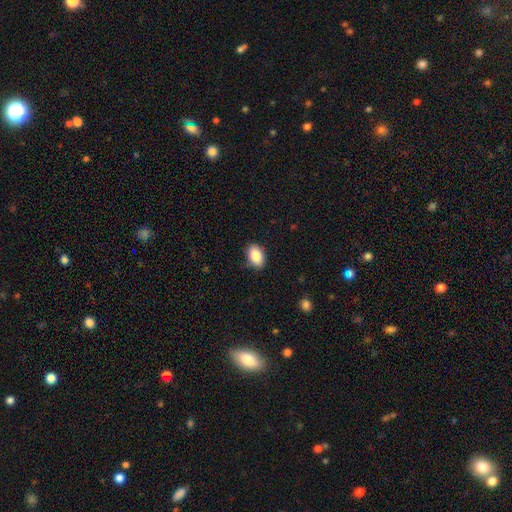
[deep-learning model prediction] Smooth or featured: smooth — 86% (star or artifact — 7%)
How rounded: in between — 89% (round — 9%)
Merging: none — 85% (minor disturbance — 12%)